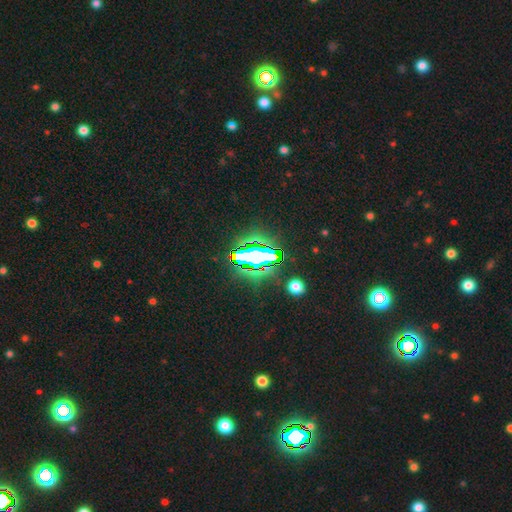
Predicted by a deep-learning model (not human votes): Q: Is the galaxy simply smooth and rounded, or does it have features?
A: star or artifact — 68%.